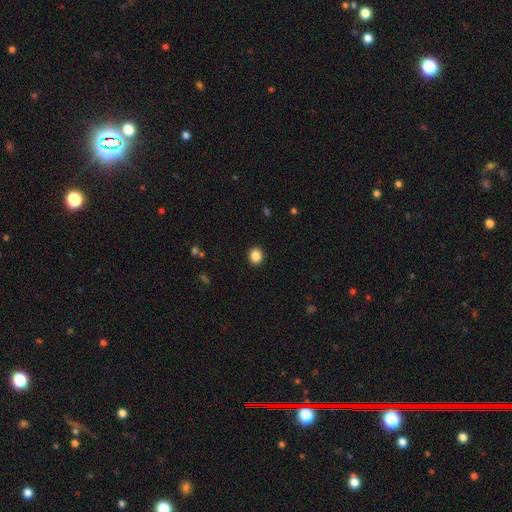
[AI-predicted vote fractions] This appears to be a smooth galaxy with no disk features (87%) that is round (72%). Merging: none (92%).